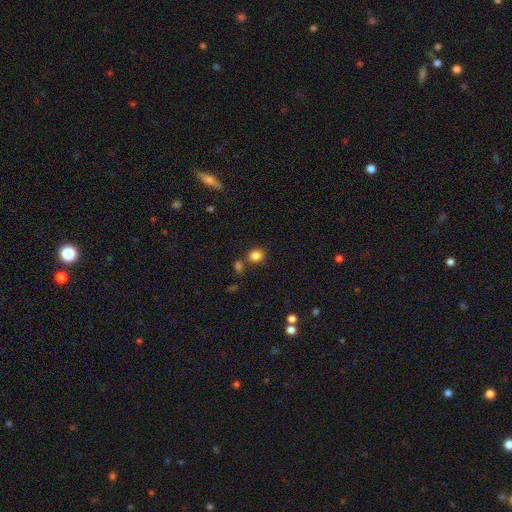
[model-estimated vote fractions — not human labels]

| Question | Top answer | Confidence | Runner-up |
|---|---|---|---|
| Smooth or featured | smooth | 83% | star or artifact (12%) |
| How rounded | round | 74% | in between (25%) |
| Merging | none | 72% | merger (13%) |